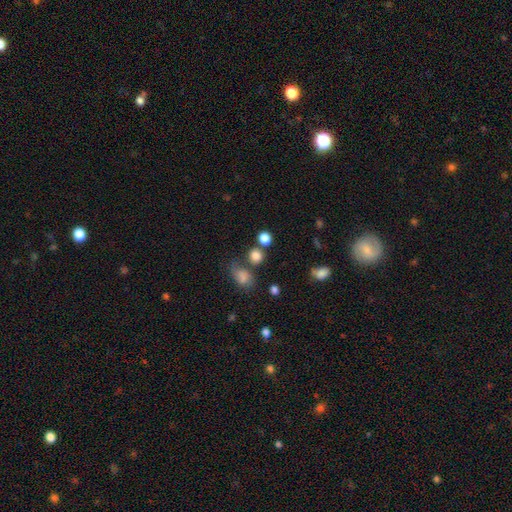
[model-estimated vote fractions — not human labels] Q: Smooth or featured?
A: smooth (80%); runner-up: star or artifact (14%)
Q: How rounded?
A: round (79%); runner-up: in between (19%)
Q: Merging?
A: none (66%); runner-up: merger (17%)